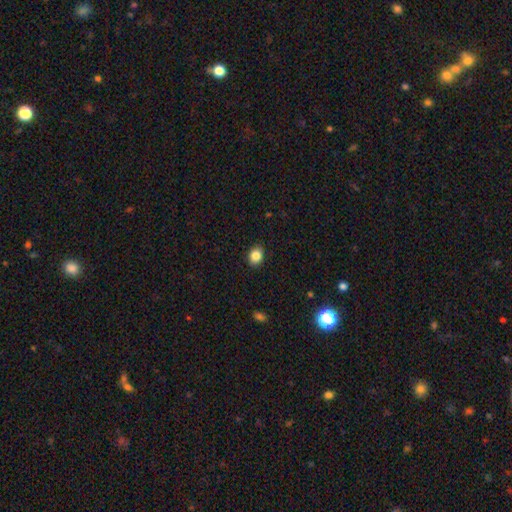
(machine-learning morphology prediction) smooth_or_featured: smooth (p=0.86) [alt: star or artifact p=0.10]
how_rounded: round (p=0.50) [alt: in between p=0.49]
merging: none (p=0.90) [alt: minor disturbance p=0.07]